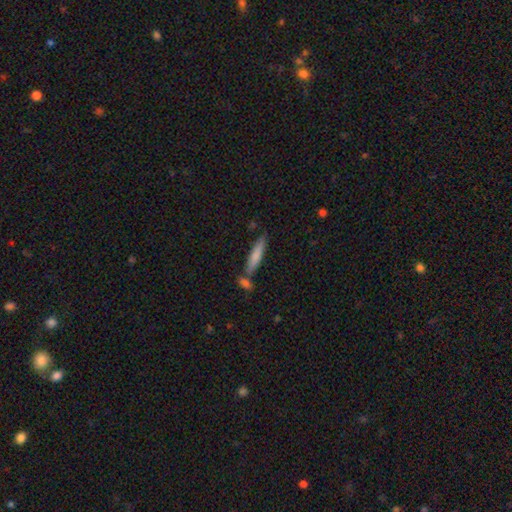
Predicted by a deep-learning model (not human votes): Morphology: type=smooth (75%); roundness=cigar-shaped (83%); merging=none (68%).